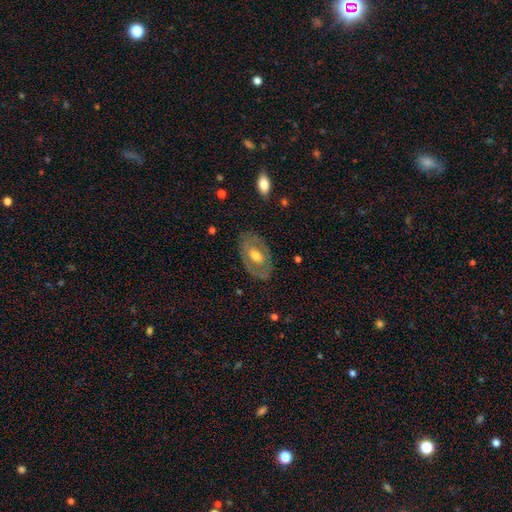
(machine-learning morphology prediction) Smooth or featured? Predicted: featured or disk (p=0.58). Edge-on disk? Predicted: no (p=0.90). Bar? Predicted: no (p=0.66). Spiral arms? Predicted: no (p=0.72). Bulge size? Predicted: moderate (p=0.70). Merging? Predicted: none (p=0.77).